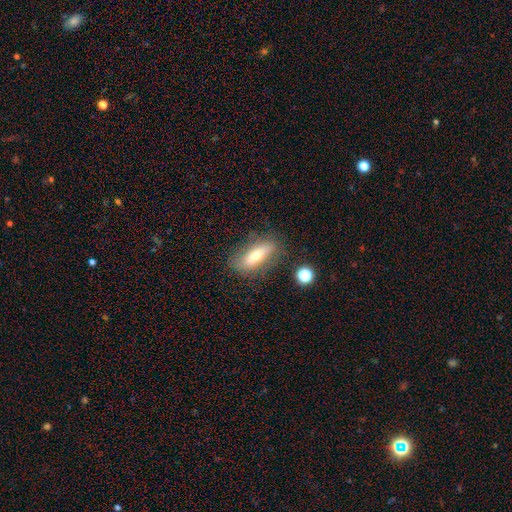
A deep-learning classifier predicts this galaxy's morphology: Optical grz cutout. It shows a smooth galaxy with no disk features (58%) that is in between round and cigar-shaped (56%). Merging: none (78%).